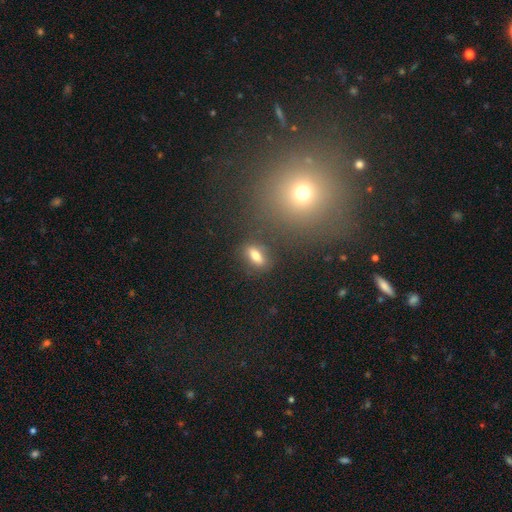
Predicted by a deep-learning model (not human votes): smooth_or_featured: smooth (p=0.74) [alt: featured or disk p=0.14]
how_rounded: in between (p=0.73) [alt: cigar-shaped p=0.18]
merging: none (p=0.82) [alt: minor disturbance p=0.10]